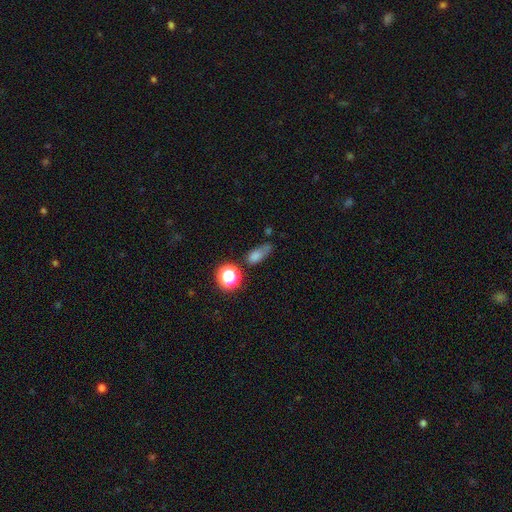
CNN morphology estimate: smooth 61%, star or artifact 26%, featured or disk 13%. Down the decision tree: how rounded — in between (56%); merging — none (49%).